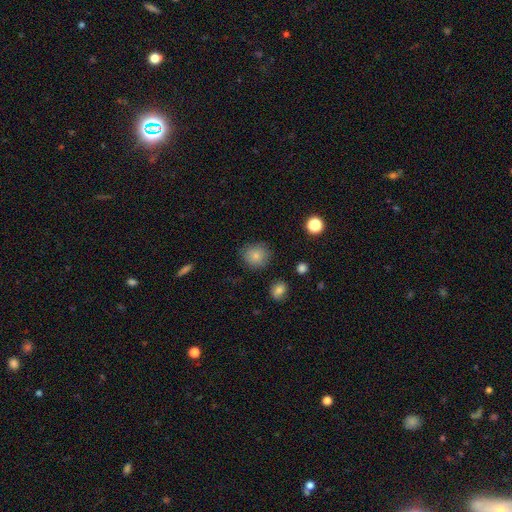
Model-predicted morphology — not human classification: This appears to be a smooth galaxy with no disk features (83%) that is round (83%). Merging: none (81%).